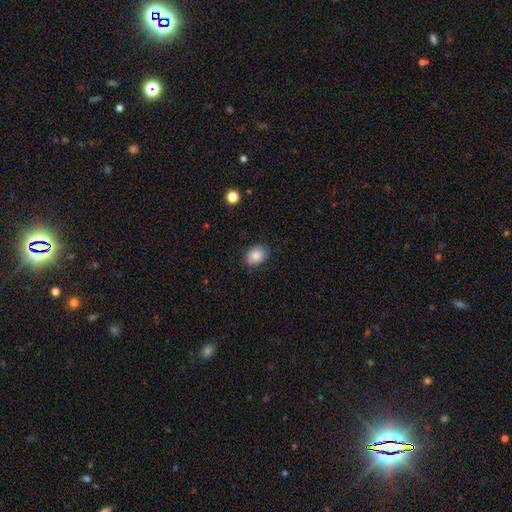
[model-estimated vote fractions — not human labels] smooth_or_featured: smooth (p=0.85) [alt: star or artifact p=0.08]
how_rounded: in between (p=0.59) [alt: round p=0.40]
merging: none (p=0.78) [alt: minor disturbance p=0.18]